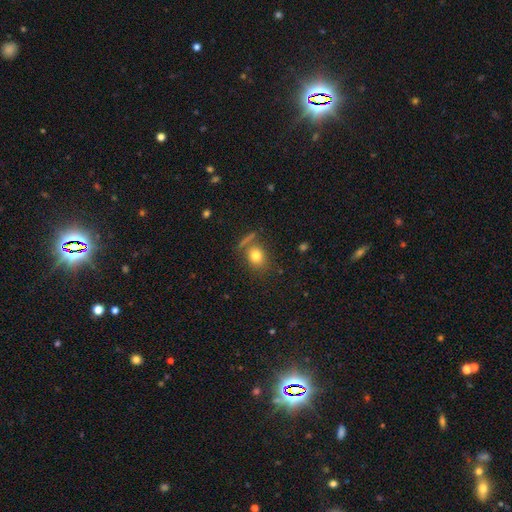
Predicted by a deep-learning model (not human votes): This appears to be a smooth galaxy with no disk features (78%) that is round (59%). Merging: none (68%).